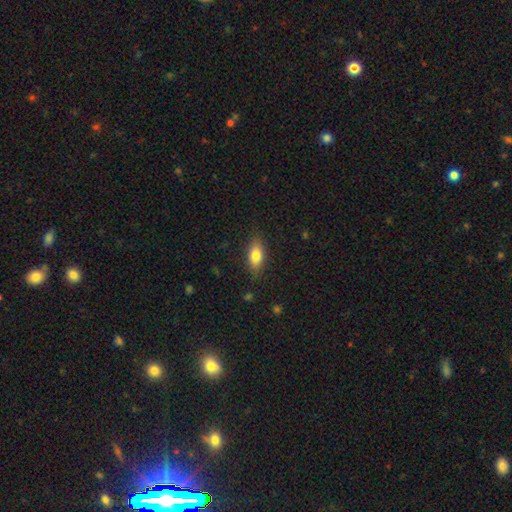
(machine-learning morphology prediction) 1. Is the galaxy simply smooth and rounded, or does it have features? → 81% smooth, 12% featured or disk, 7% star or artifact.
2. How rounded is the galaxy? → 85% in between, 10% cigar-shaped, 4% round.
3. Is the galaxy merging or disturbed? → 84% none, 12% minor disturbance, 3% major disturbance, 1% merger.